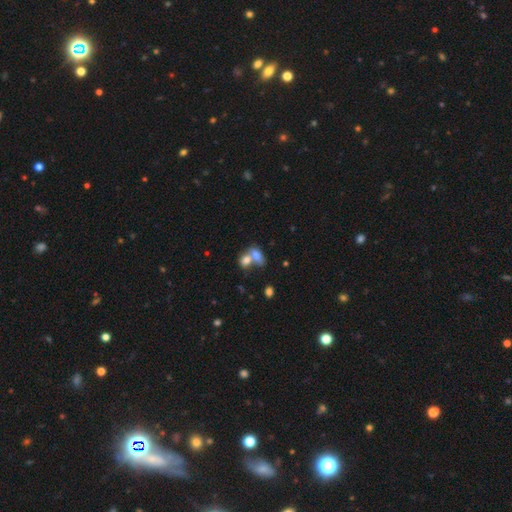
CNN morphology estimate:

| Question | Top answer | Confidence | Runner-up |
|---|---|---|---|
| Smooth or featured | smooth | 74% | featured or disk (17%) |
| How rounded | in between | 79% | round (17%) |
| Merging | merger | 67% | none (23%) |